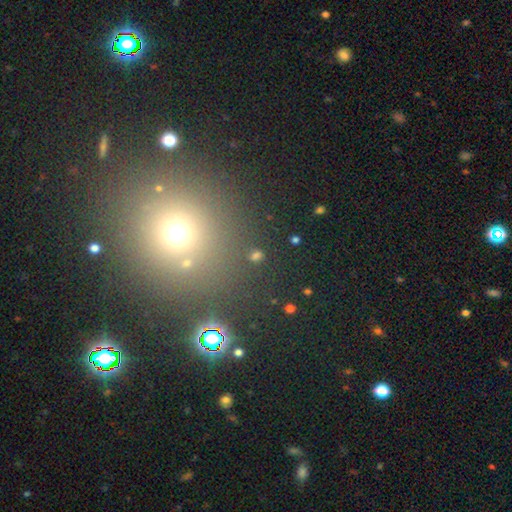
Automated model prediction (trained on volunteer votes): Smooth or featured? smooth (65%)
How rounded? round (57%)
Merging? none (83%)